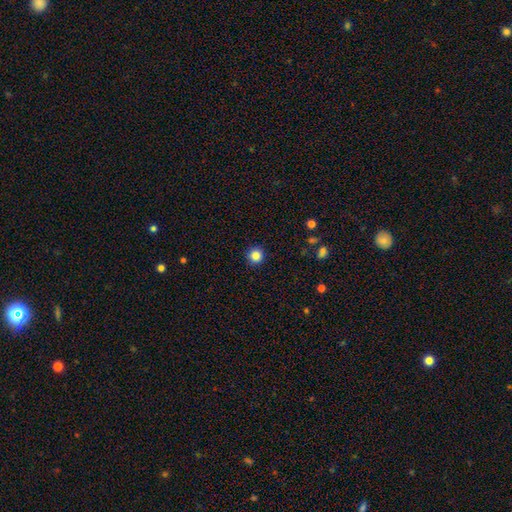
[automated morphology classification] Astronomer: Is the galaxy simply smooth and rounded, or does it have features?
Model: smooth — 86%.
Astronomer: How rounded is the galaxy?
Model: round — 95%.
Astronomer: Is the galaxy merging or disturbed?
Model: none — 92%.